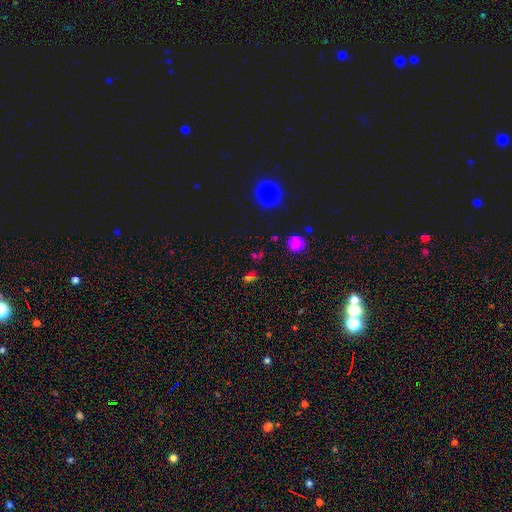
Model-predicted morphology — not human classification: Q: Smooth or featured?
A: star or artifact (48%); runner-up: smooth (44%)